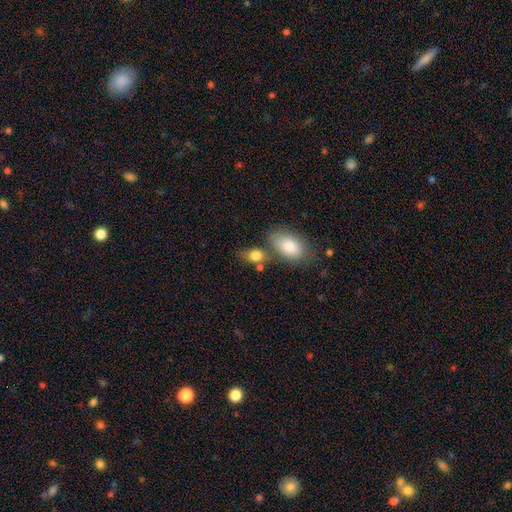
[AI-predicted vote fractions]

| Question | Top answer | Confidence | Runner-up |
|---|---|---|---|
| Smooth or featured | smooth | 82% | featured or disk (10%) |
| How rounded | in between | 73% | round (24%) |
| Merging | none | 53% | merger (25%) |